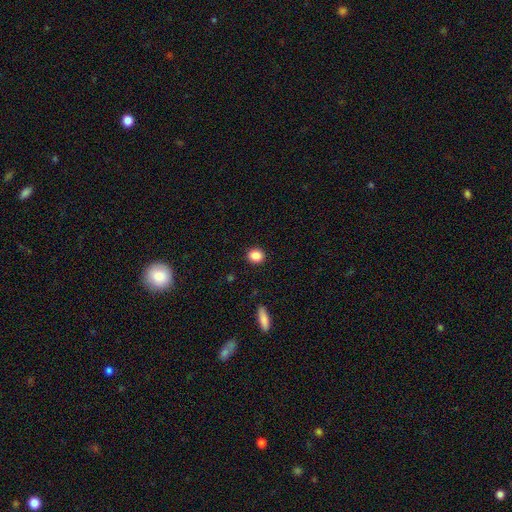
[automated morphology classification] The model was most divided on "how rounded": round: 73%, in between: 26%, cigar-shaped: 1%. More confident: merging — none (90%); smooth or featured — smooth (88%).